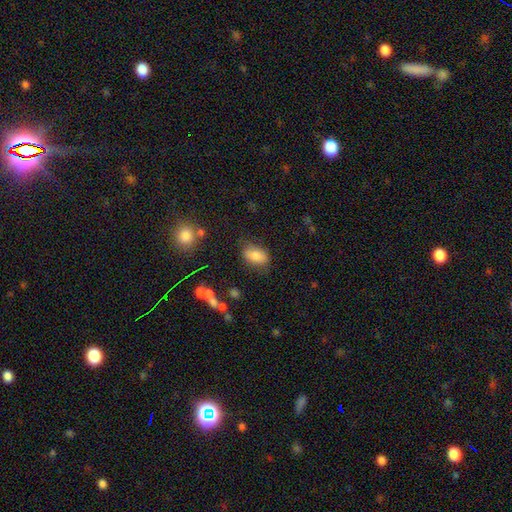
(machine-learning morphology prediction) smooth 78%, featured or disk 12%, star or artifact 10%. Down the decision tree: how rounded — in between (87%); merging — none (75%).